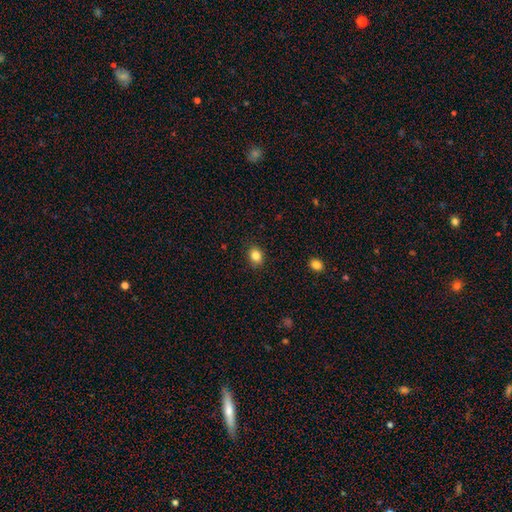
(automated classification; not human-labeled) smooth-or-featured: smooth: 84% | star or artifact: 10% | featured or disk: 6%
  how-rounded: round: 50% | in between: 49% | cigar-shaped: 1%
  merging: none: 88% | minor disturbance: 9% | major disturbance: 2% | merger: 1%